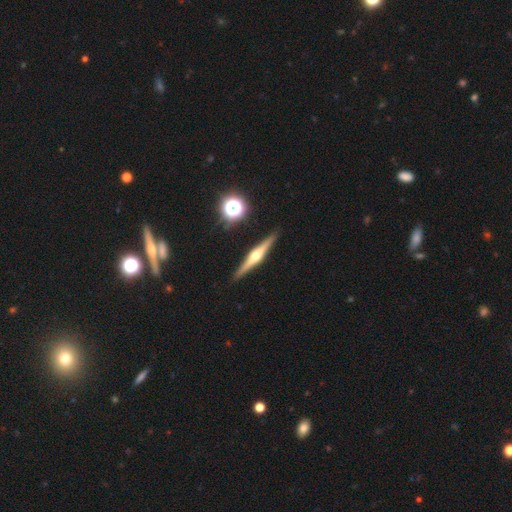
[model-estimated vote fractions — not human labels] A featured or disk galaxy (79%) viewed edge-on (98%) with a rounded central bulge (93%). Merging: none (91%).